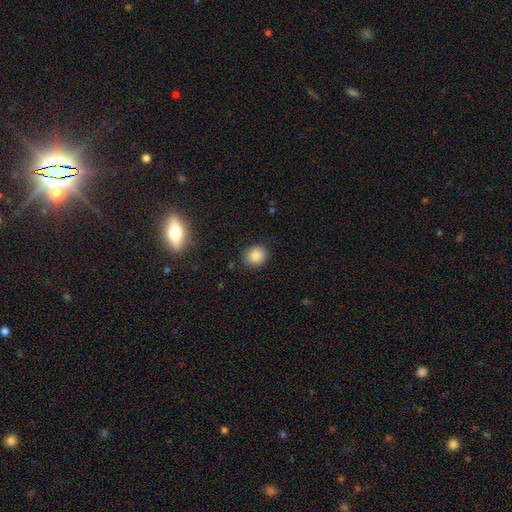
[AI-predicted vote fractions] Q: Smooth or featured?
A: smooth (85%); runner-up: star or artifact (10%)
Q: How rounded?
A: round (83%); runner-up: in between (16%)
Q: Merging?
A: none (86%); runner-up: minor disturbance (10%)